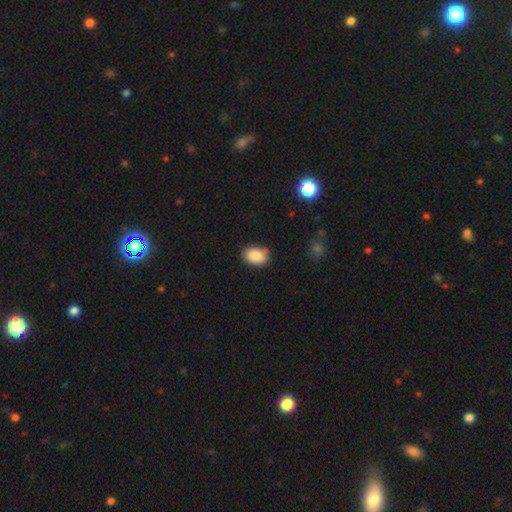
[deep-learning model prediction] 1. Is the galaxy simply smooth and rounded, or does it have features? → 88% smooth, 8% star or artifact, 4% featured or disk.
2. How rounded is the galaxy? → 83% in between, 16% round, 1% cigar-shaped.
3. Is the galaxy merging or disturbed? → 77% none, 16% minor disturbance, 4% merger, 3% major disturbance.